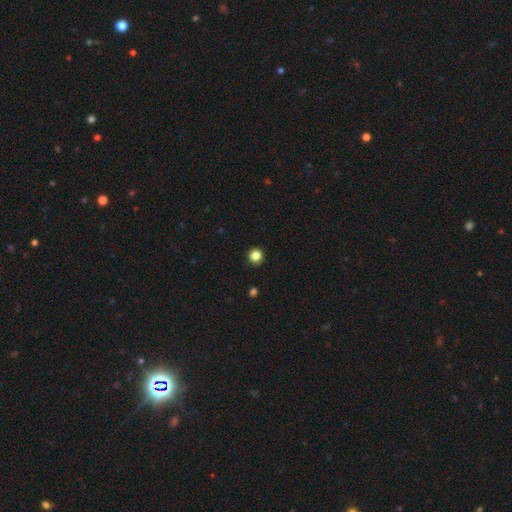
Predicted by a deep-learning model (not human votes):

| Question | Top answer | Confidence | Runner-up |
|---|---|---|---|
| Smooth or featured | smooth | 84% | star or artifact (12%) |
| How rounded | round | 94% | in between (5%) |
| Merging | none | 92% | minor disturbance (6%) |